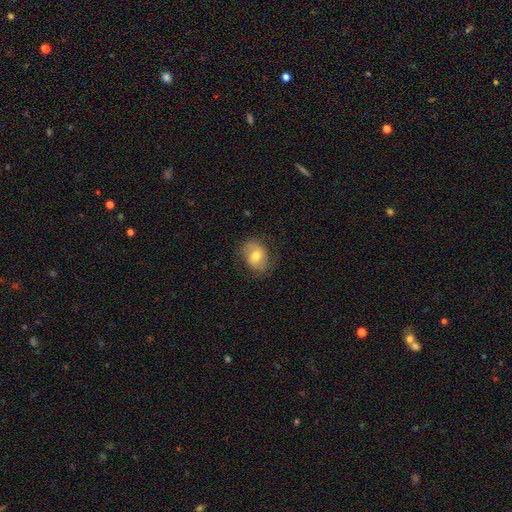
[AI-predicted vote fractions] Overall: smooth (58%; featured or disk 34%). How rounded: in between (58%; round 41%). Merging: none (74%).